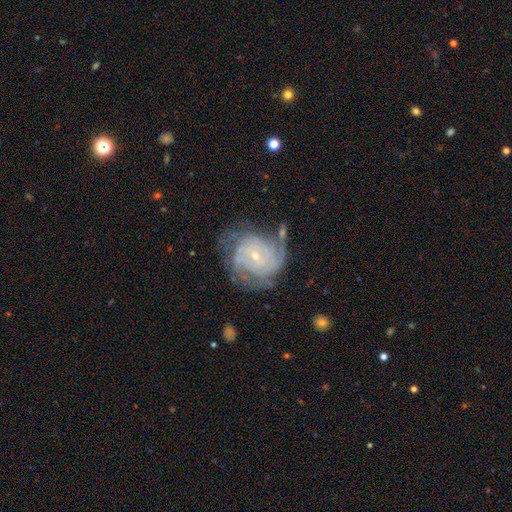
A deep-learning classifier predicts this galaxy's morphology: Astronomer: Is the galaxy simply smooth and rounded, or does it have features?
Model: featured or disk — 83%.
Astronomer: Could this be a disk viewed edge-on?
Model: no — 97%.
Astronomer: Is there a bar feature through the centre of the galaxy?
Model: no — 65%.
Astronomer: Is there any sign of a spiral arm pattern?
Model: yes — 95%.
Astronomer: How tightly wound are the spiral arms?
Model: tight — 69%.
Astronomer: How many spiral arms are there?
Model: can't tell — 32% (runner-up: 3, 21%).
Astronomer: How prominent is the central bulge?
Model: small — 77%.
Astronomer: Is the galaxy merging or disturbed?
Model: none — 61%.